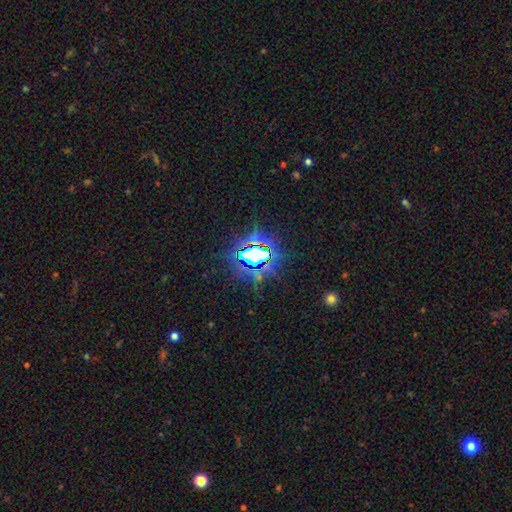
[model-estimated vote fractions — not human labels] Smooth or featured: star or artifact — 76% (smooth — 13%)